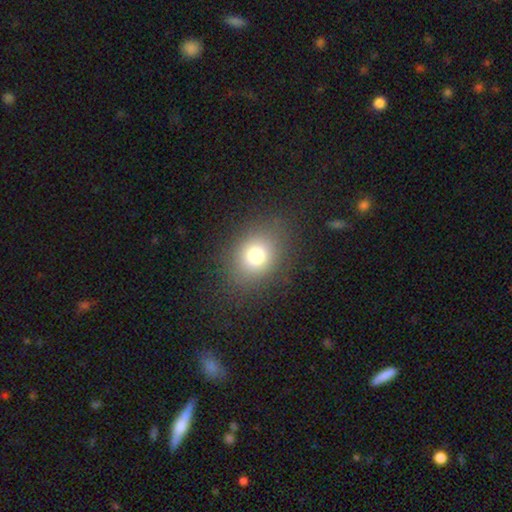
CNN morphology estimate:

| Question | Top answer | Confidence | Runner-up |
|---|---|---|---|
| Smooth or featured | smooth | 75% | star or artifact (15%) |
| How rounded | round | 55% | in between (44%) |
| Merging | none | 84% | minor disturbance (10%) |